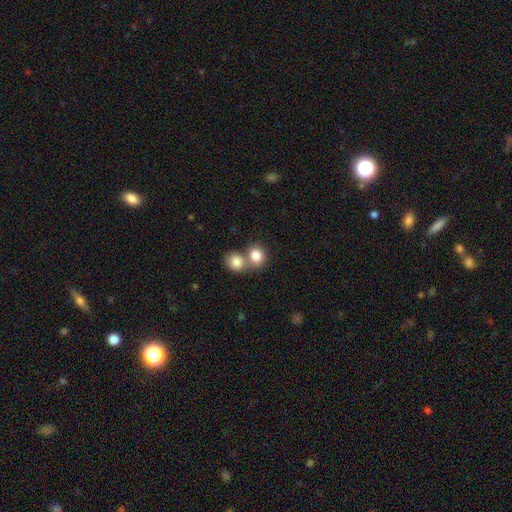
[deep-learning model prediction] A smooth galaxy with no disk features (83%) that is round (75%).

Vote fractions:
- Smooth or featured? smooth: 83% / featured or disk: 9% / star or artifact: 9%
- How rounded? round: 75% / in between: 24% / cigar-shaped: 1%
- Merging? merger: 54% / none: 37% / minor disturbance: 6% / major disturbance: 3%